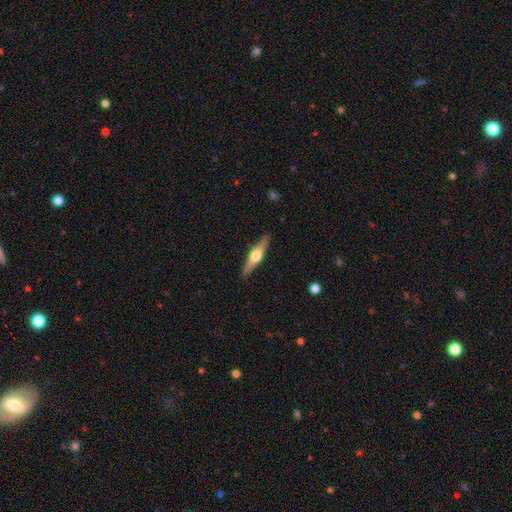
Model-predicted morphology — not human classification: A featured or disk galaxy (69%) viewed edge-on (97%) with a rounded central bulge (95%). Merging: none (90%).